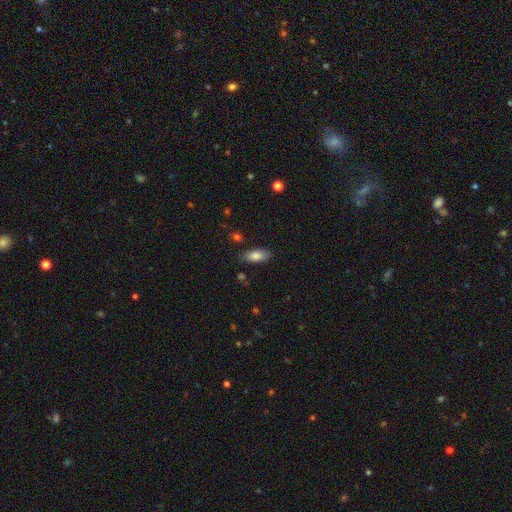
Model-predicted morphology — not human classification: Smooth or featured: smooth — 81% (featured or disk — 12%)
How rounded: in between — 83% (cigar-shaped — 14%)
Merging: none — 78% (minor disturbance — 16%)